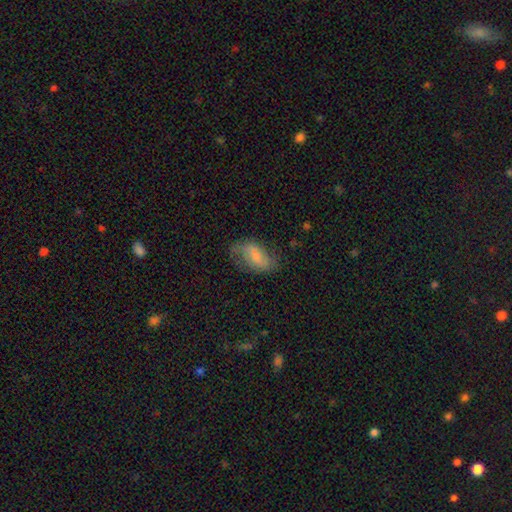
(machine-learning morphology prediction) type=featured or disk (48%); merging=none (62%).